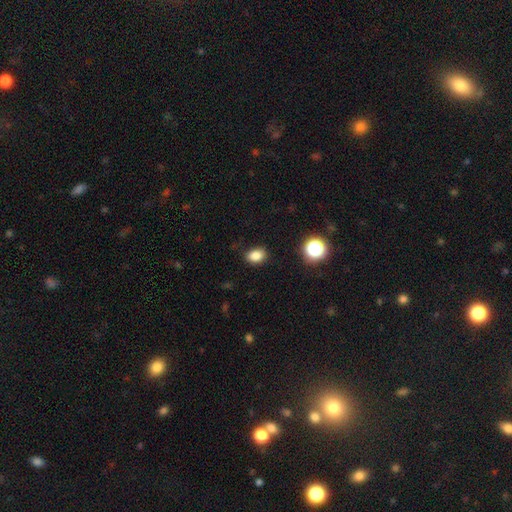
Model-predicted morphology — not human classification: Smooth or featured? smooth (83%)
How rounded? in between (68%)
Merging? none (85%)